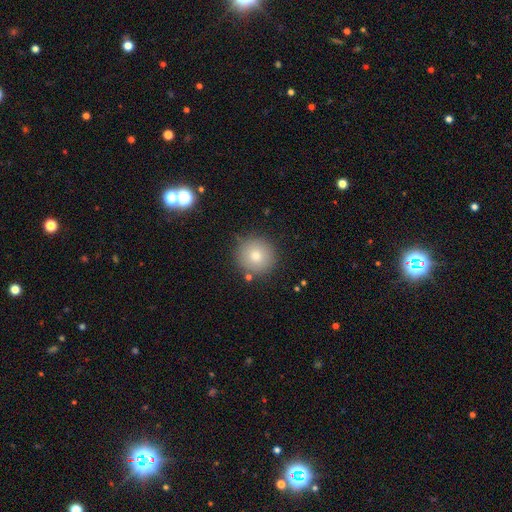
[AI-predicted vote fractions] Smooth or featured: smooth — 77% (featured or disk — 12%)
How rounded: round — 95% (in between — 4%)
Merging: none — 84% (minor disturbance — 9%)